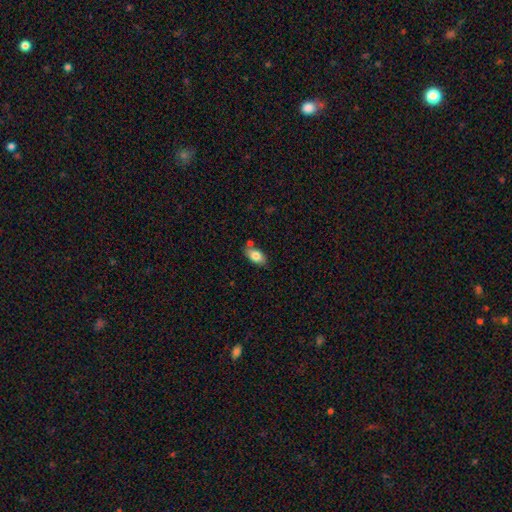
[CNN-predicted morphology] A smooth galaxy with no disk features (81%) that is in between round and cigar-shaped (91%). Merging: none (72%).